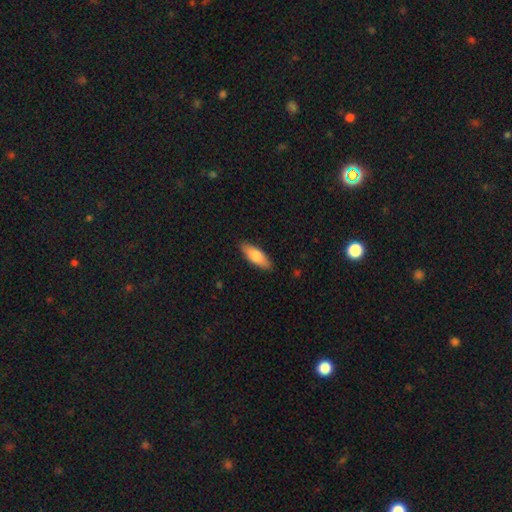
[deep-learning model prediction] Smooth or featured: smooth — 76% (featured or disk — 19%)
How rounded: in between — 69% (cigar-shaped — 29%)
Merging: none — 88% (minor disturbance — 9%)